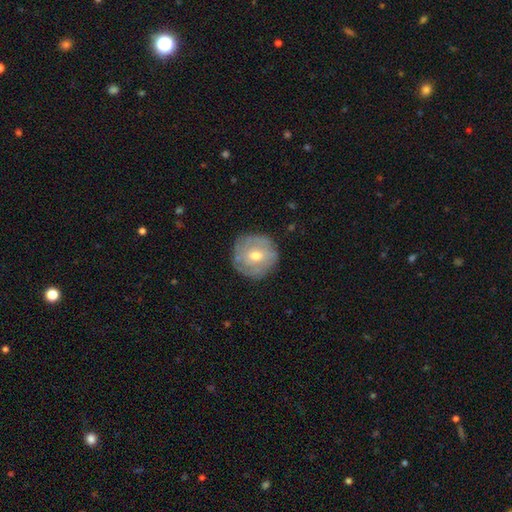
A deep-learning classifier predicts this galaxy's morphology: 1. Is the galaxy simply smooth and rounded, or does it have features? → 56% featured or disk, 37% smooth, 7% star or artifact.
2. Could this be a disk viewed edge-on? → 96% no, 4% yes.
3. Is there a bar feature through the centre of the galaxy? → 62% no, 31% weak, 7% strong.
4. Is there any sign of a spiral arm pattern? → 64% yes, 36% no.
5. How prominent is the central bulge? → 68% moderate, 27% small, 3% large, 1% none, 1% dominant.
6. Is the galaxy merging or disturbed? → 82% none, 13% minor disturbance, 4% major disturbance, 1% merger.